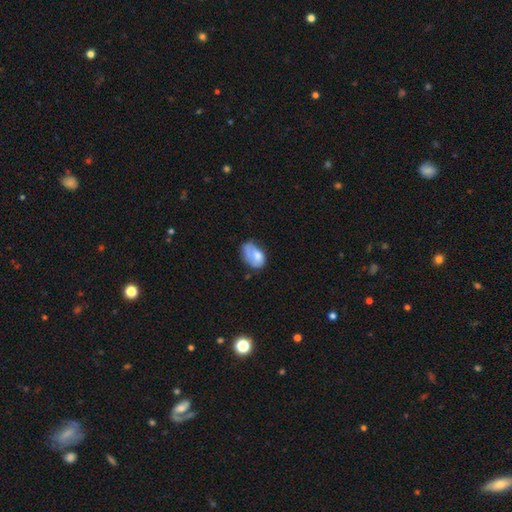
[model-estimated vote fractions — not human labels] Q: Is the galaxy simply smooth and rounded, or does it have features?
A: smooth — 65%.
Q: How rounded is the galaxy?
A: in between — 87%.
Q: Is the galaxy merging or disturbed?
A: none — 34%, tied with minor disturbance.